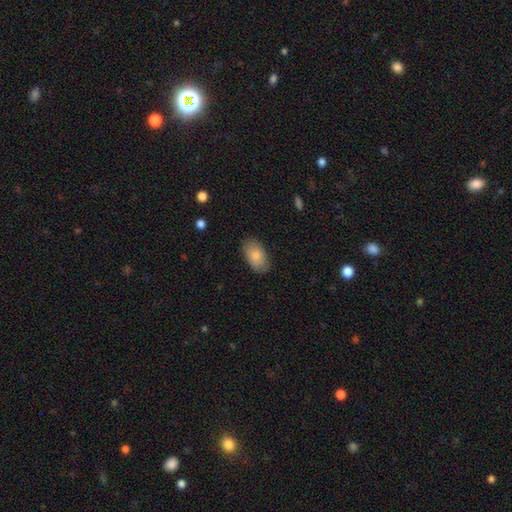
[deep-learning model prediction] Smooth or featured? smooth (85%)
How rounded? in between (94%)
Merging? none (84%)